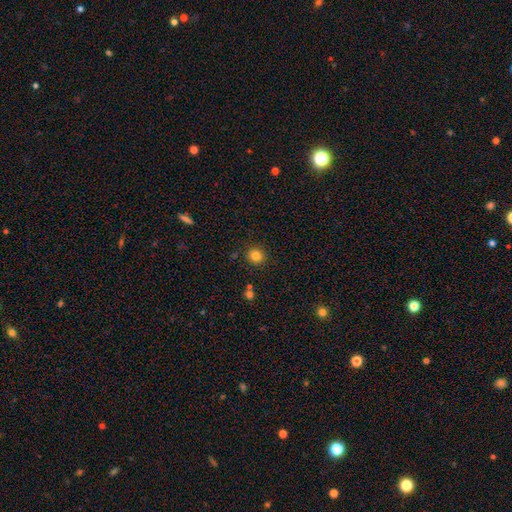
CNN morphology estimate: type=smooth (83%); roundness=round (92%); merging=none (89%).